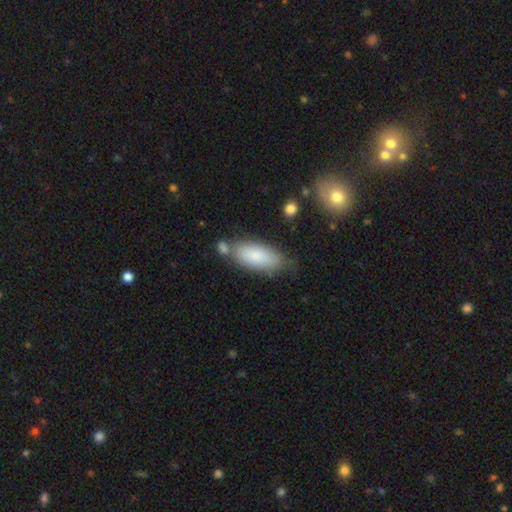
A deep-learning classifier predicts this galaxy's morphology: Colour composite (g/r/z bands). It shows a smooth galaxy with no disk features (82%) that is in between round and cigar-shaped (84%). Merging: none (62%).